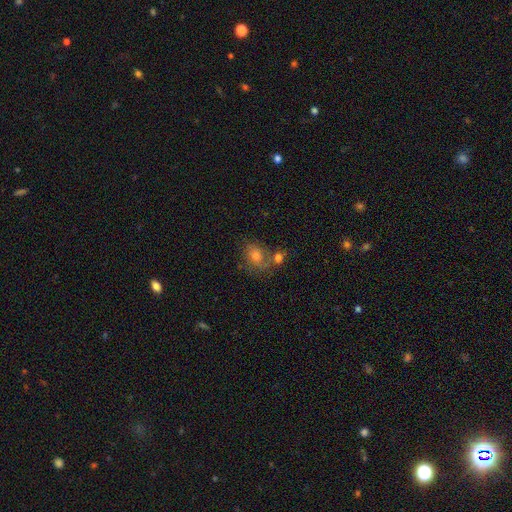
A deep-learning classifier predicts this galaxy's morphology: smooth-or-featured: smooth: 56% | featured or disk: 29% | star or artifact: 15%
  how-rounded: in between: 57% | round: 41% | cigar-shaped: 2%
  merging: none: 43% | merger: 30% | minor disturbance: 16% | major disturbance: 11%